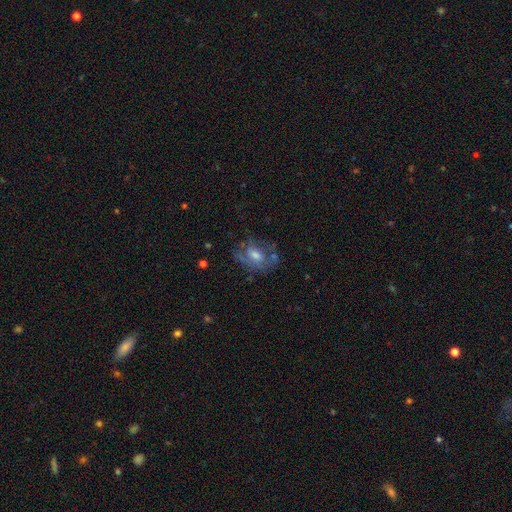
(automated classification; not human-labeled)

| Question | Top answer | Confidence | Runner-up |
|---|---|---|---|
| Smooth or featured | featured or disk | 58% | smooth (31%) |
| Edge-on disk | no | 94% | yes (6%) |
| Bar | no | 61% | weak (32%) |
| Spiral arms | yes | 57% | no (43%) |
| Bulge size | moderate | 58% | small (25%) |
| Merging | none | 51% | minor disturbance (24%) |